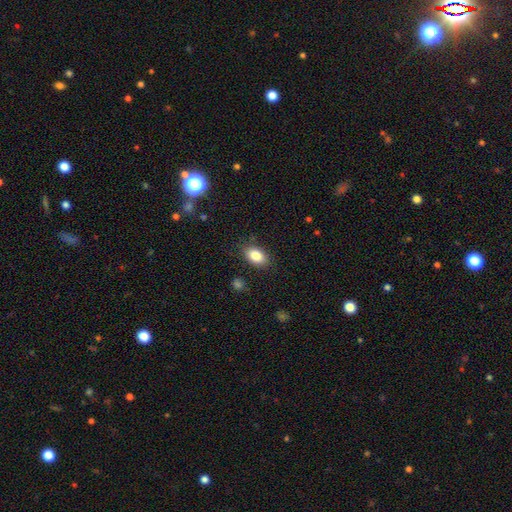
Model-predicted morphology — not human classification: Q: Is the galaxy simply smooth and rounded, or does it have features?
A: smooth — 85%.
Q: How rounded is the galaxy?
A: in between — 89%.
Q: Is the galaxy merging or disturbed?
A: none — 85%.